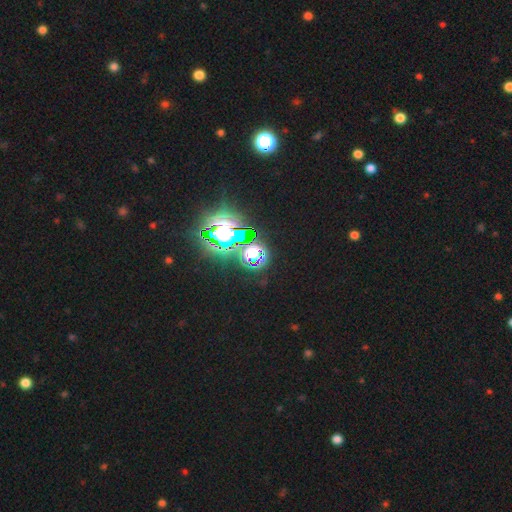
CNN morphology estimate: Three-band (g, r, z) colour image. It shows a star or artifact, not a galaxy (79%).